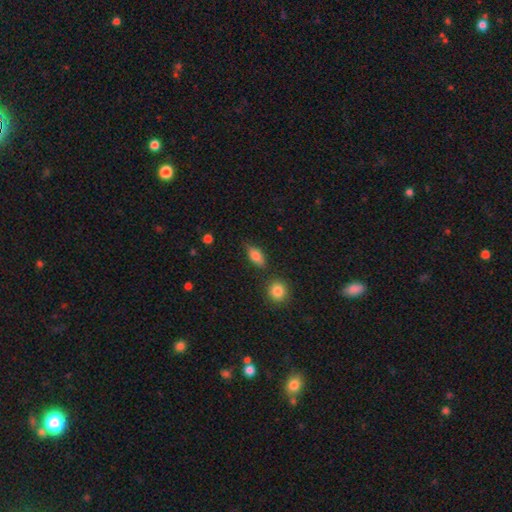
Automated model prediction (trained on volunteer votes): smooth 78%, featured or disk 14%, star or artifact 8%. Down the decision tree: how rounded — in between (82%); merging — none (73%).